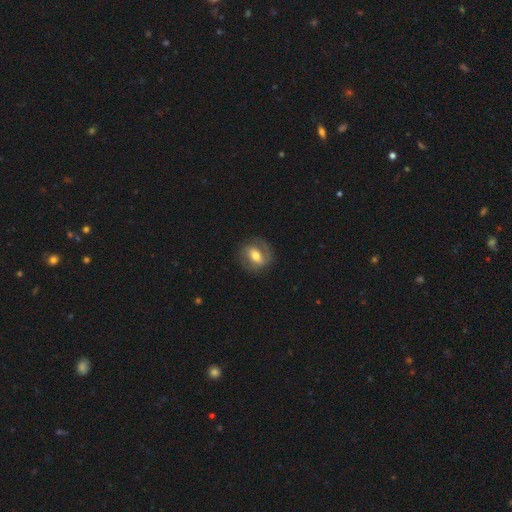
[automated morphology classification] featured or disk 60%, smooth 33%, star or artifact 7%. Down the decision tree: edge-on disk — no (95%); bar — weak (42%); spiral arms — yes (77%); bulge size — moderate (67%); merging — none (77%).